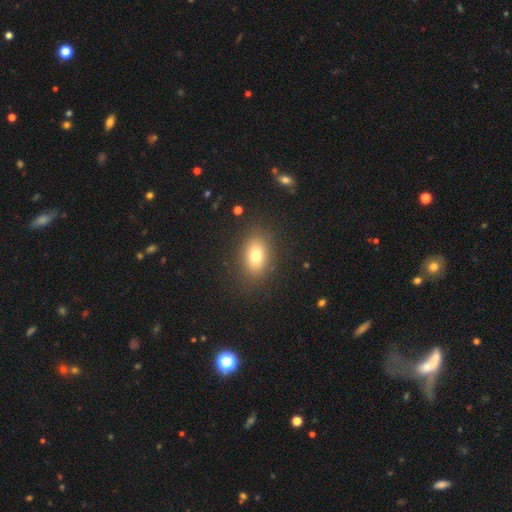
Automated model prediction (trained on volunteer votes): Smooth or featured?
  - smooth: 76% *
  - featured or disk: 13%
  - star or artifact: 11%
How rounded?
  - in between: 79% *
  - round: 19%
  - cigar-shaped: 2%
Merging?
  - none: 85% *
  - minor disturbance: 9%
  - major disturbance: 4%
  - merger: 1%